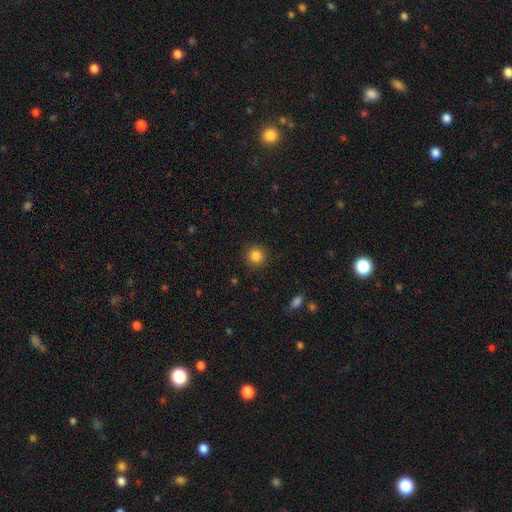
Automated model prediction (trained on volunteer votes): smooth_or_featured: smooth (p=0.85) [alt: star or artifact p=0.11]
how_rounded: round (p=0.94) [alt: in between p=0.05]
merging: none (p=0.91) [alt: minor disturbance p=0.06]